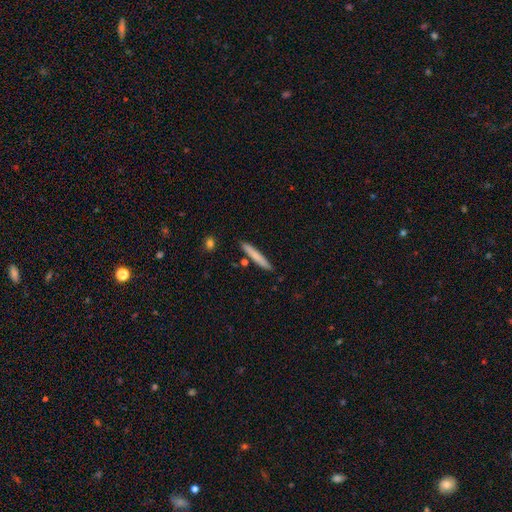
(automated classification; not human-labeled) The model was most divided on "smooth or featured": smooth: 76%, featured or disk: 18%, star or artifact: 6%. More confident: how rounded — cigar-shaped (95%); merging — none (88%).